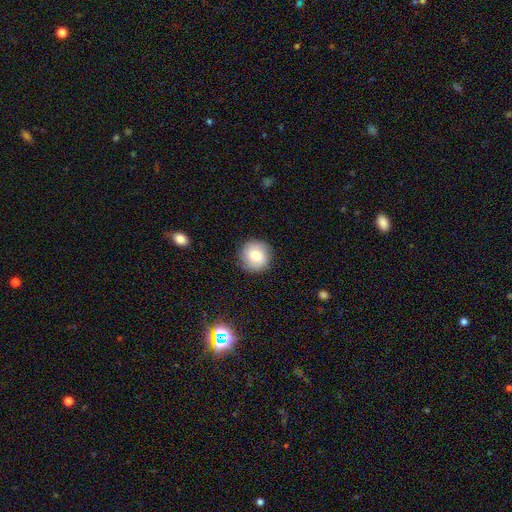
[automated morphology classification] This is likely a smooth galaxy (75%). How rounded: clearly round (93%). Merging: clearly none (88%).